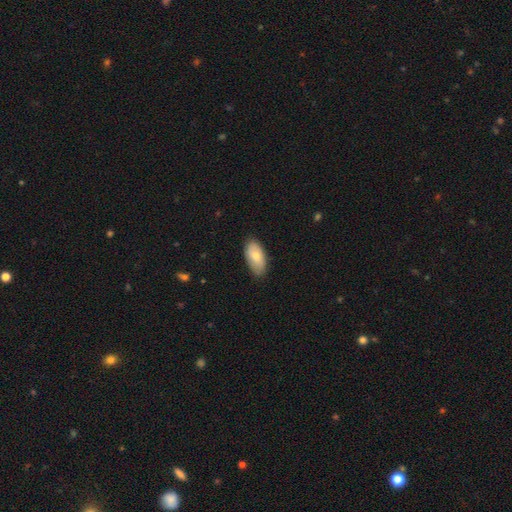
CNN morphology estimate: smooth-or-featured: smooth: 76% | featured or disk: 18% | star or artifact: 6%
  how-rounded: in between: 93% | cigar-shaped: 4% | round: 3%
  merging: none: 81% | minor disturbance: 16% | major disturbance: 2% | merger: 1%